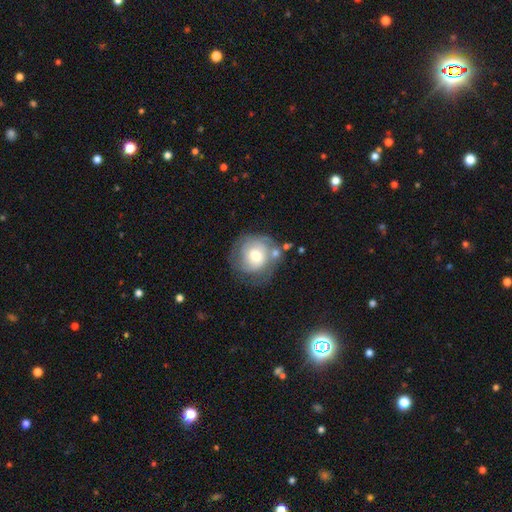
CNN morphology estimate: type=featured or disk (48%); merging=none (55%).